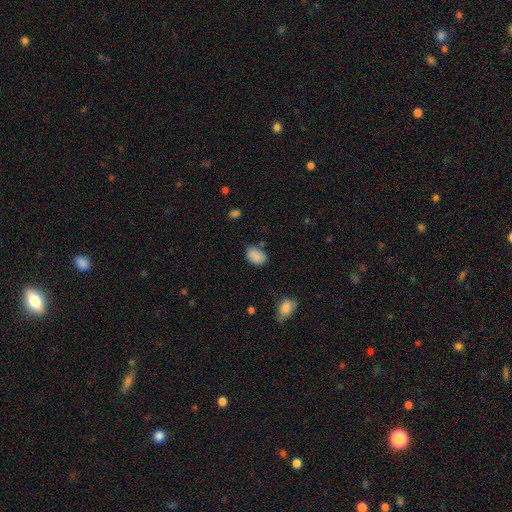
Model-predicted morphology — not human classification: This appears to be a smooth galaxy with no disk features (87%) that is in between round and cigar-shaped (82%). Merging: none (70%).